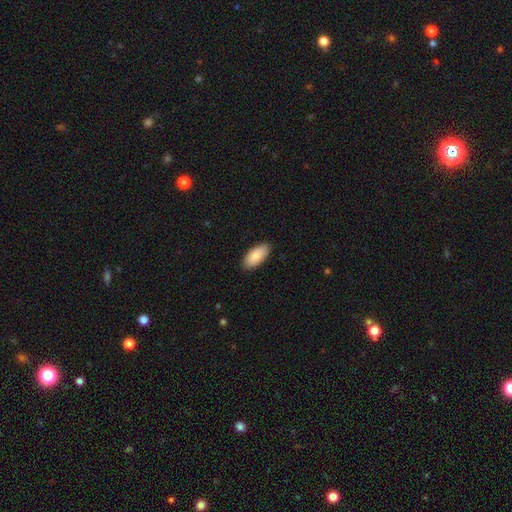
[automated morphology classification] Smooth or featured?
  - smooth: 87% *
  - featured or disk: 8%
  - star or artifact: 5%
How rounded?
  - in between: 91% *
  - cigar-shaped: 7%
  - round: 2%
Merging?
  - none: 88% *
  - minor disturbance: 9%
  - major disturbance: 2%
  - merger: 1%